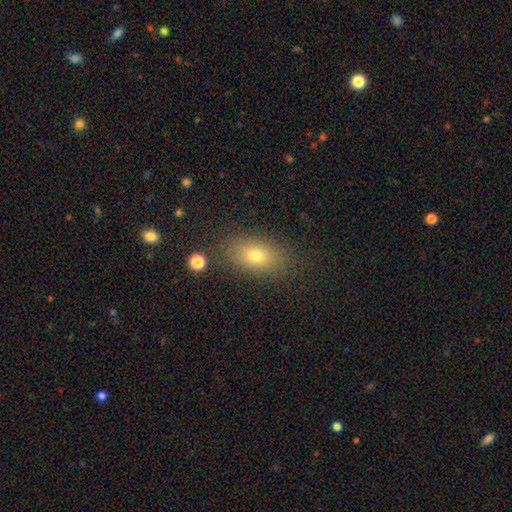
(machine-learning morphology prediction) This is likely a smooth galaxy (74%). How rounded: clearly in between (84%). Merging: clearly none (83%).